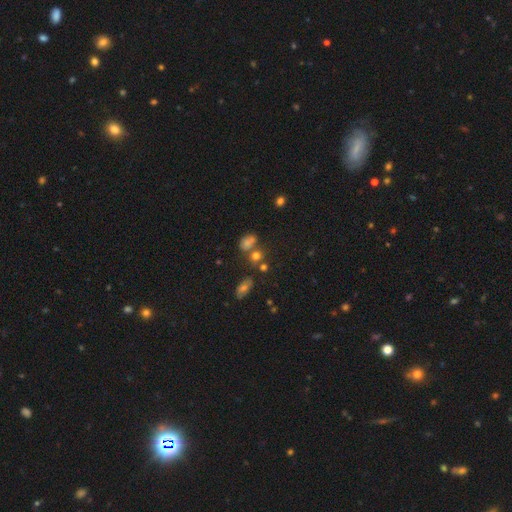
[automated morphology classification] Smooth or featured? smooth (69%)
How rounded? round (54%)
Merging? none (52%)